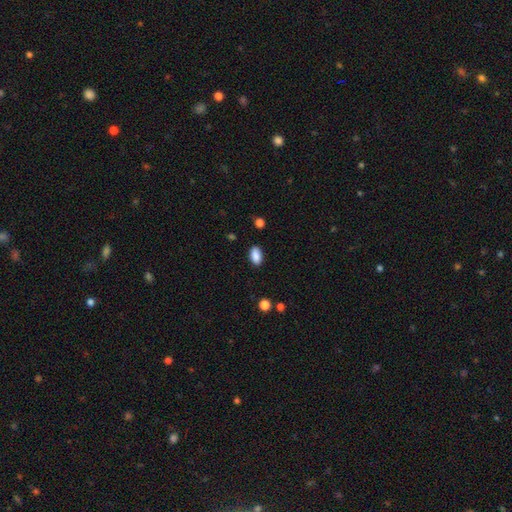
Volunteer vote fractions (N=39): Smooth or featured?
  - smooth: 87% *
  - star or artifact: 8%
  - featured or disk: 5%
How rounded?
  - in between: 91% *
  - round: 6%
  - cigar-shaped: 3%
Merging?
  - none: 92% *
  - minor disturbance: 8%
  - major disturbance: 0%
  - merger: 0%